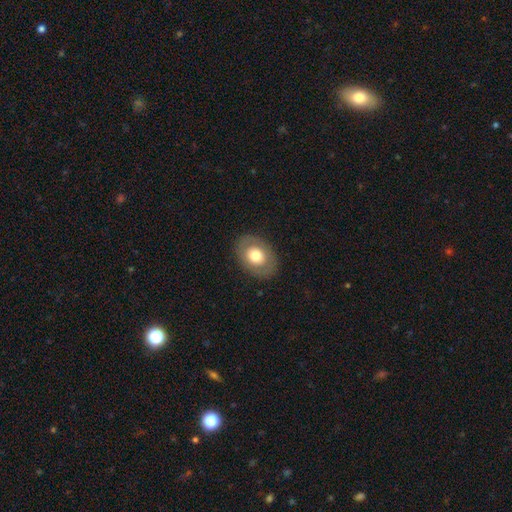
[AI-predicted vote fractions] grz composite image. It shows a smooth galaxy with no disk features (64%) that is in between round and cigar-shaped (68%). Merging: none (85%).